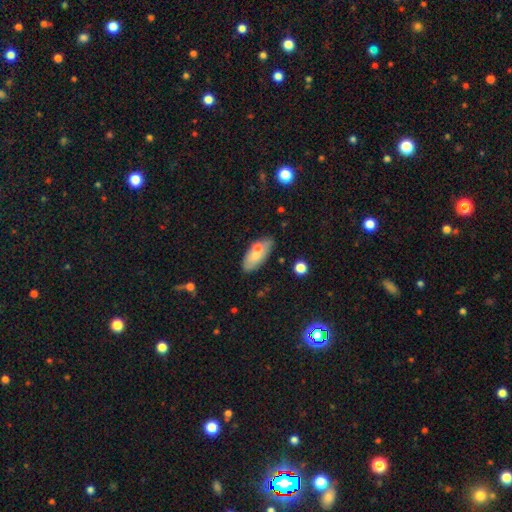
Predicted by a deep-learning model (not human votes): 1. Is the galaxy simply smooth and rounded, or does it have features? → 68% smooth, 25% featured or disk, 8% star or artifact.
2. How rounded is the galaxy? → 85% in between, 12% cigar-shaped, 4% round.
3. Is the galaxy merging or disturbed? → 63% none, 16% minor disturbance, 16% merger, 4% major disturbance.